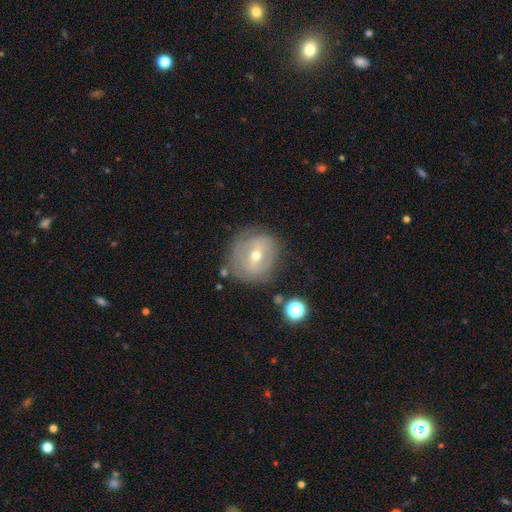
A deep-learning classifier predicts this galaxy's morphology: Smooth or featured: featured or disk — 61% (smooth — 30%)
Edge-on disk: no — 95% (yes — 5%)
Bar: weak — 47% (strong — 27%)
Spiral arms: yes — 55% (no — 45%)
Bulge size: moderate — 56% (small — 41%)
Merging: none — 69% (minor disturbance — 20%)